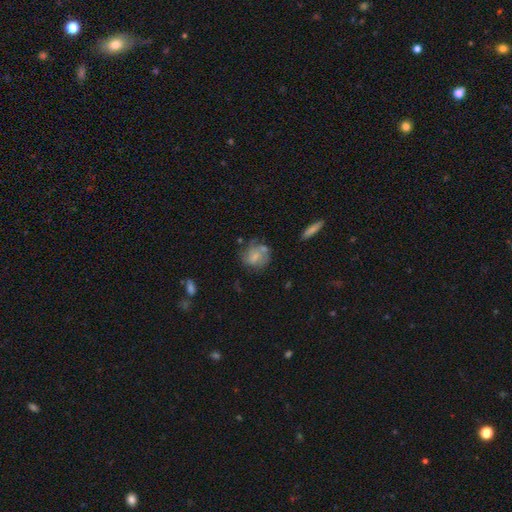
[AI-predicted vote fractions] Q: Smooth or featured?
A: smooth (47%); runner-up: featured or disk (44%)
Q: Merging?
A: none (52%); runner-up: minor disturbance (24%)